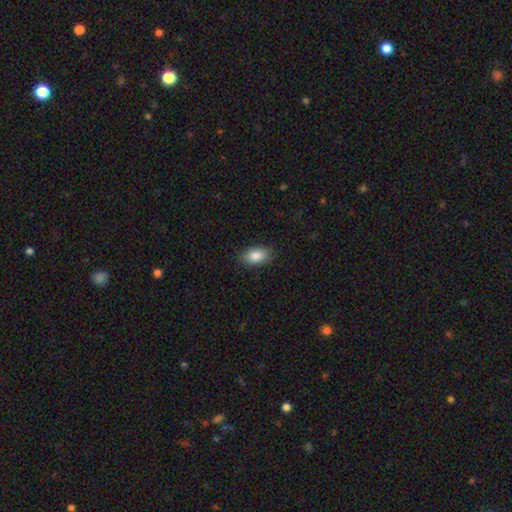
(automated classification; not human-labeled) Morphology: type=smooth (86%); roundness=in between (92%); merging=none (87%).